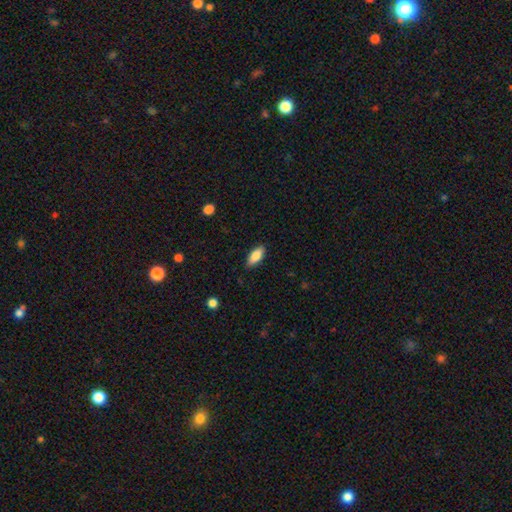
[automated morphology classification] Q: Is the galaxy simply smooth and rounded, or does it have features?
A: smooth — 86%.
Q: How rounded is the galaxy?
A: in between — 84%.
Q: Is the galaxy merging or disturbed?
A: none — 86%.